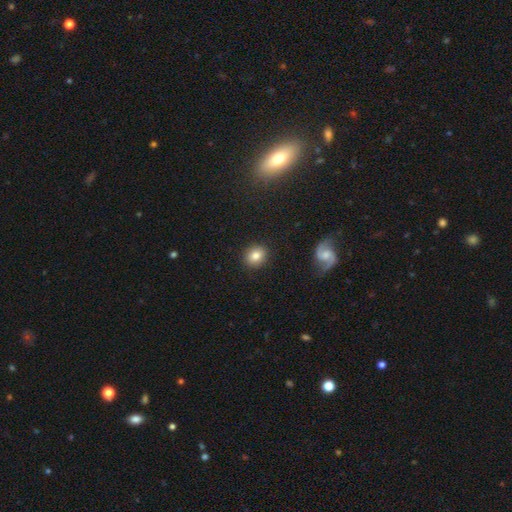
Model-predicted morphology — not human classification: Q: Smooth or featured?
A: smooth (81%); runner-up: featured or disk (10%)
Q: How rounded?
A: round (73%); runner-up: in between (26%)
Q: Merging?
A: none (90%); runner-up: minor disturbance (7%)